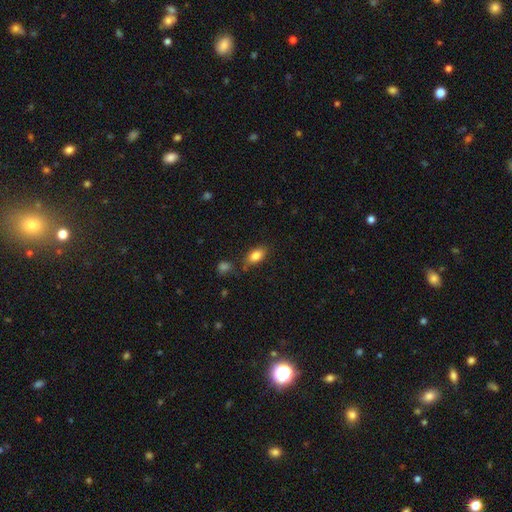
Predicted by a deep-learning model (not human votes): Q: Smooth or featured?
A: smooth (83%); runner-up: featured or disk (9%)
Q: How rounded?
A: in between (87%); runner-up: round (8%)
Q: Merging?
A: none (73%); runner-up: minor disturbance (17%)